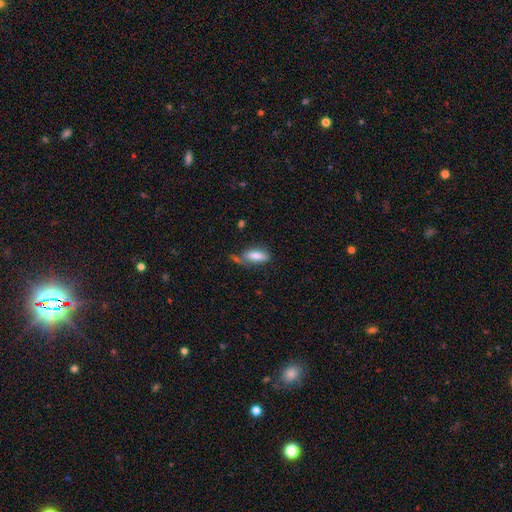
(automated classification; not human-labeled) Morphology: type=smooth (79%); roundness=in between (77%); merging=none (50%).